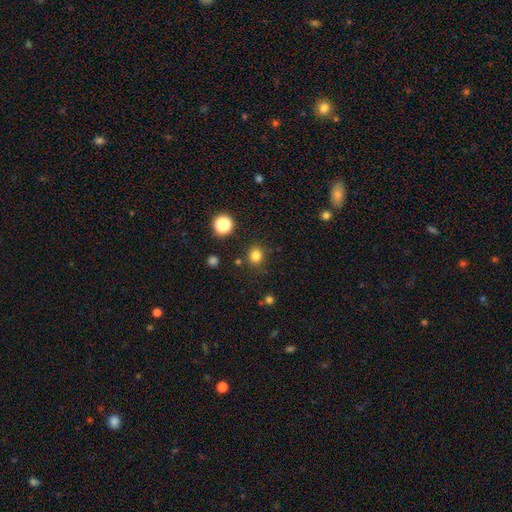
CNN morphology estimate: Smooth or featured? Predicted: smooth (p=0.80). How rounded? Predicted: round (p=0.85). Merging? Predicted: none (p=0.85).